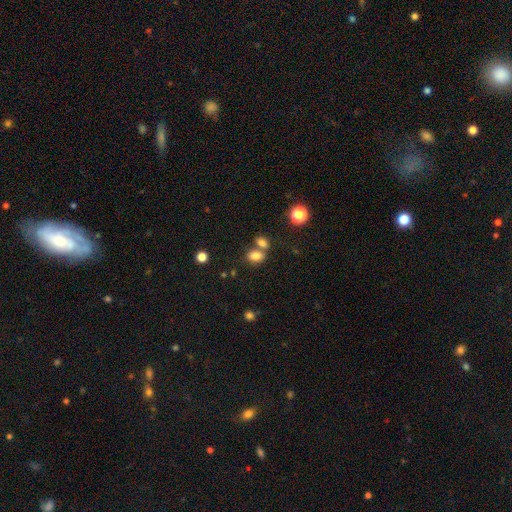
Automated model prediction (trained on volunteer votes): Morphology: type=smooth (81%); roundness=in between (78%); merging=none (46%).